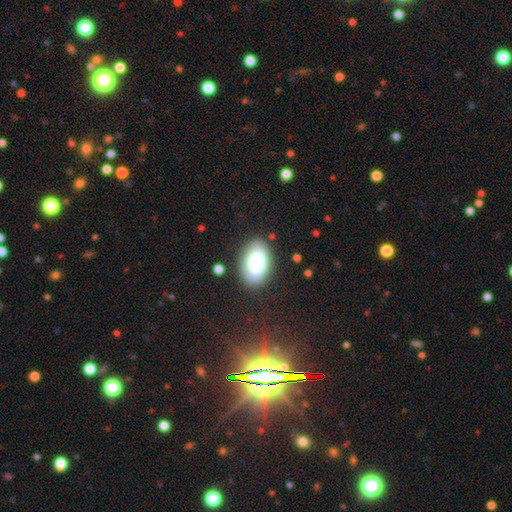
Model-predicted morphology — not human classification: Smooth or featured?
  - smooth: 74% *
  - featured or disk: 18%
  - star or artifact: 7%
How rounded?
  - in between: 89% *
  - round: 10%
  - cigar-shaped: 1%
Merging?
  - none: 82% *
  - minor disturbance: 13%
  - major disturbance: 4%
  - merger: 2%